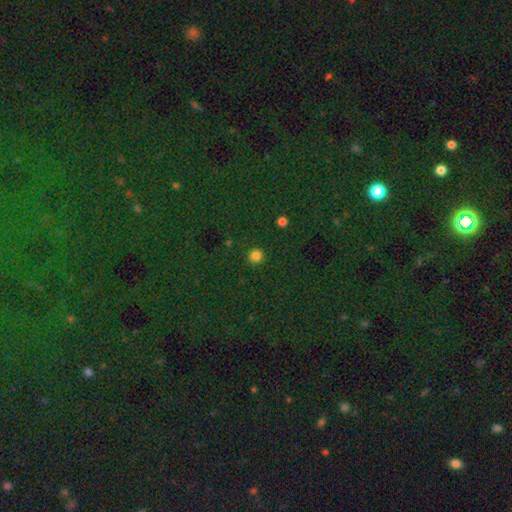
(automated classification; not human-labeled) Overall: smooth (82%). How rounded: round (87%). Merging: none (90%).